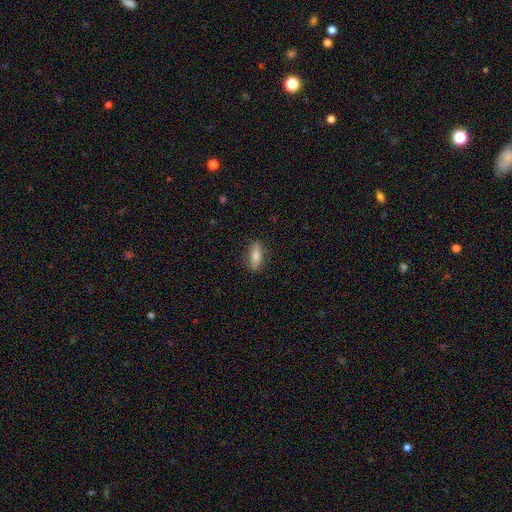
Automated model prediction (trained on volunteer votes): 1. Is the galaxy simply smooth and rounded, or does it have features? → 65% smooth, 29% featured or disk, 7% star or artifact.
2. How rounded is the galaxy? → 52% in between, 45% cigar-shaped, 3% round.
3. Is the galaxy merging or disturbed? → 84% none, 12% minor disturbance, 2% major disturbance, 1% merger.